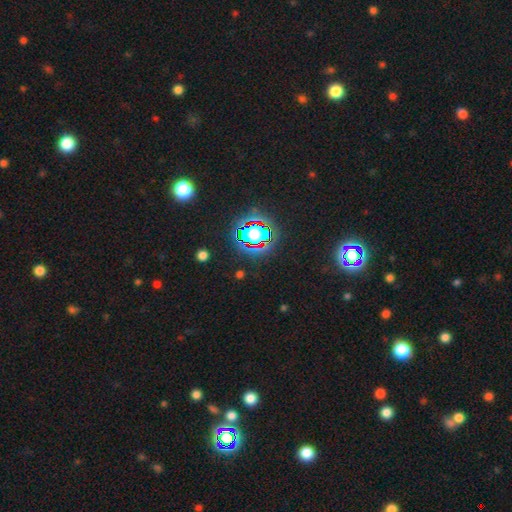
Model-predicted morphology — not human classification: smooth-or-featured: star or artifact: 80% | smooth: 12% | featured or disk: 8%